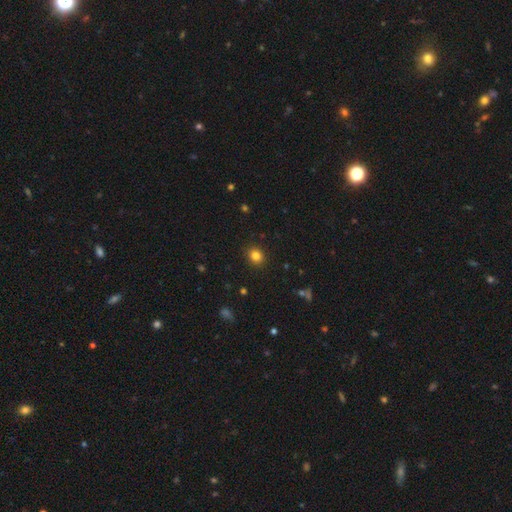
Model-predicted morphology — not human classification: A smooth galaxy with no disk features (82%) that is round (75%).

Vote fractions:
- Smooth or featured? smooth: 82% / star or artifact: 12% / featured or disk: 5%
- How rounded? round: 75% / in between: 25% / cigar-shaped: 1%
- Merging? none: 90% / minor disturbance: 7% / major disturbance: 2% / merger: 1%